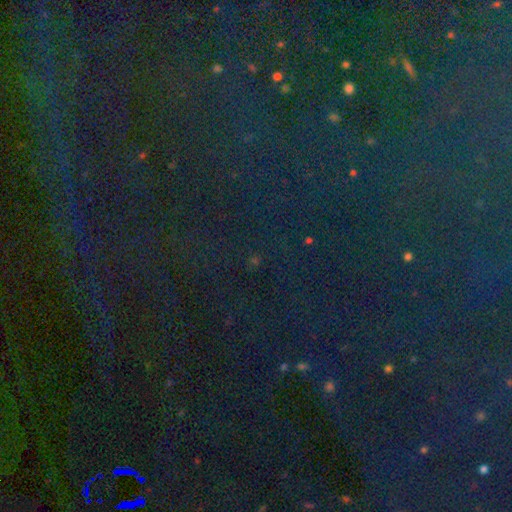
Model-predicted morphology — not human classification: Overall: star or artifact (83%).